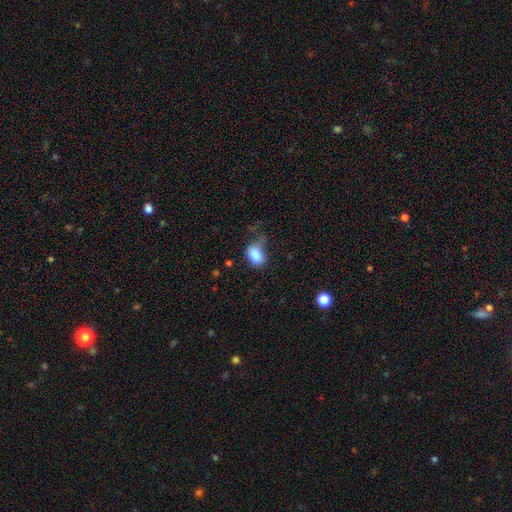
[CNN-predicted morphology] Smooth or featured: smooth — 83% (star or artifact — 9%)
How rounded: in between — 74% (round — 24%)
Merging: none — 40% (minor disturbance — 32%)